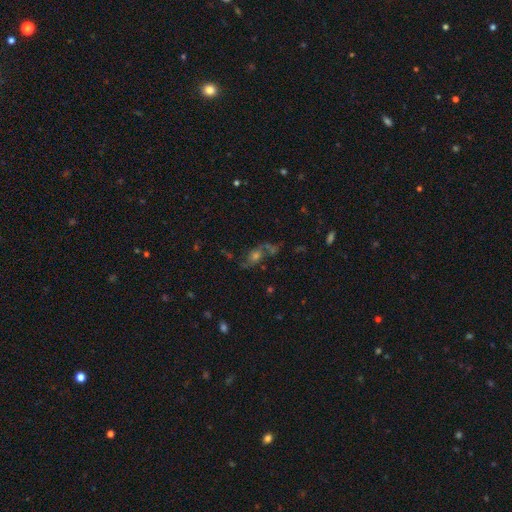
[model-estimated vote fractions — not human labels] Smooth or featured? Predicted: featured or disk (p=0.56). Edge-on disk? Predicted: no (p=0.90). Bar? Predicted: no (p=0.74). Spiral arms? Predicted: yes (p=0.79). Bulge size? Predicted: moderate (p=0.52). Merging? Predicted: none (p=0.56).